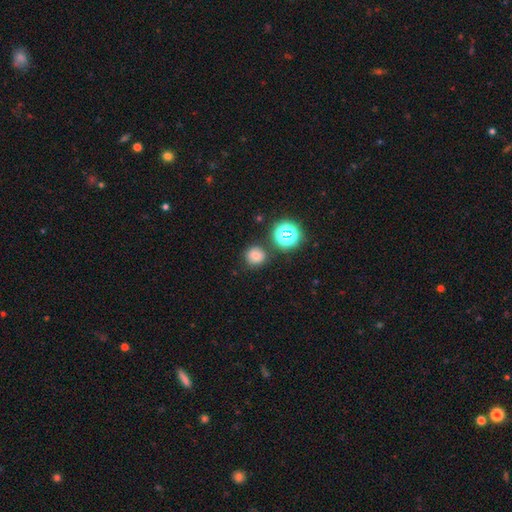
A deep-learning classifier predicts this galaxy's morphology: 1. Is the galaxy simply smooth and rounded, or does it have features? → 73% smooth, 19% star or artifact, 8% featured or disk.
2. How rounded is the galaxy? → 91% round, 8% in between, 1% cigar-shaped.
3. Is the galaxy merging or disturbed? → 84% none, 8% minor disturbance, 5% merger, 3% major disturbance.